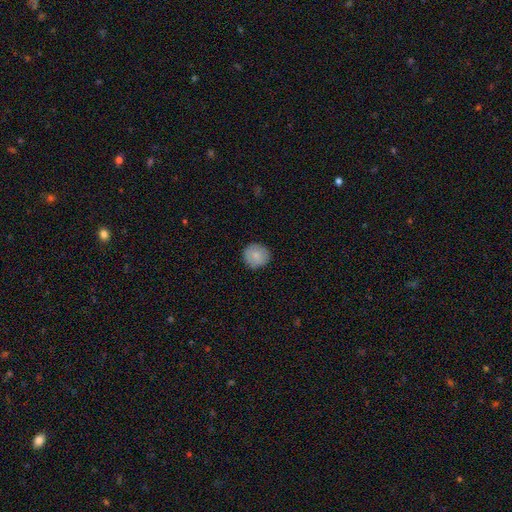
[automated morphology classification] smooth-or-featured: smooth: 84% | featured or disk: 9% | star or artifact: 7%
  how-rounded: round: 90% | in between: 9% | cigar-shaped: 1%
  merging: none: 88% | minor disturbance: 9% | major disturbance: 2% | merger: 1%